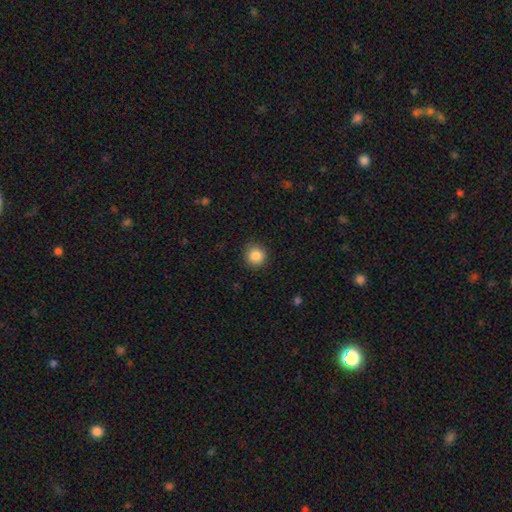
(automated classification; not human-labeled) A smooth galaxy with no disk features (86%) that is round (94%).

Vote fractions:
- Smooth or featured? smooth: 86% / star or artifact: 10% / featured or disk: 4%
- How rounded? round: 94% / in between: 5% / cigar-shaped: 1%
- Merging? none: 89% / minor disturbance: 7% / major disturbance: 2% / merger: 1%